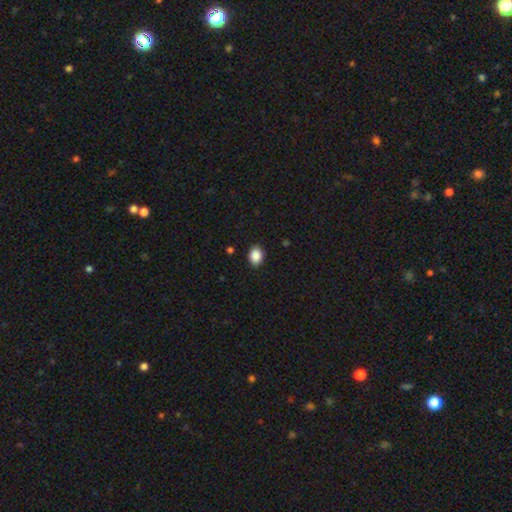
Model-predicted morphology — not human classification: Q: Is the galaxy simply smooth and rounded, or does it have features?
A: smooth — 89%.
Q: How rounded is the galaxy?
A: in between — 64%.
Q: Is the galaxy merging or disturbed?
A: none — 89%.